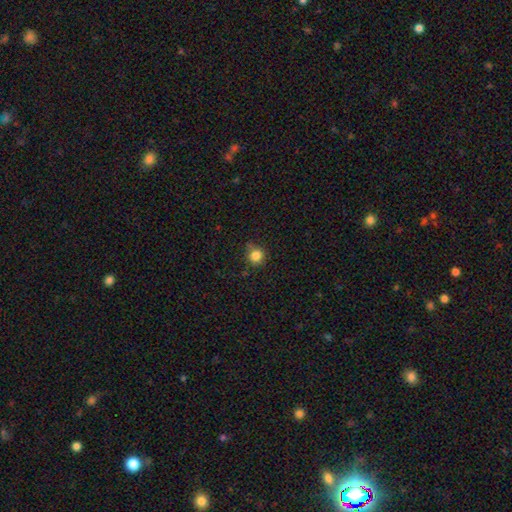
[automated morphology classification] Smooth or featured?
  - smooth: 84% *
  - star or artifact: 12%
  - featured or disk: 4%
How rounded?
  - round: 88% *
  - in between: 11%
  - cigar-shaped: 1%
Merging?
  - none: 75% *
  - minor disturbance: 16%
  - merger: 5%
  - major disturbance: 4%